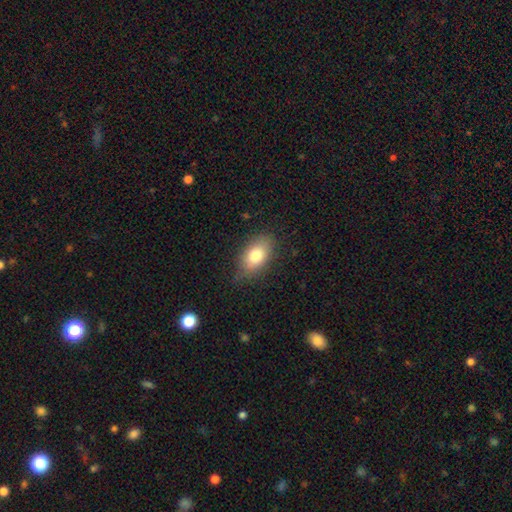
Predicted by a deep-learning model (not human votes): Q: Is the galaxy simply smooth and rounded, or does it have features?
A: smooth — 78%.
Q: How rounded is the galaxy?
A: in between — 88%.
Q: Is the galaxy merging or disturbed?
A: none — 76%.